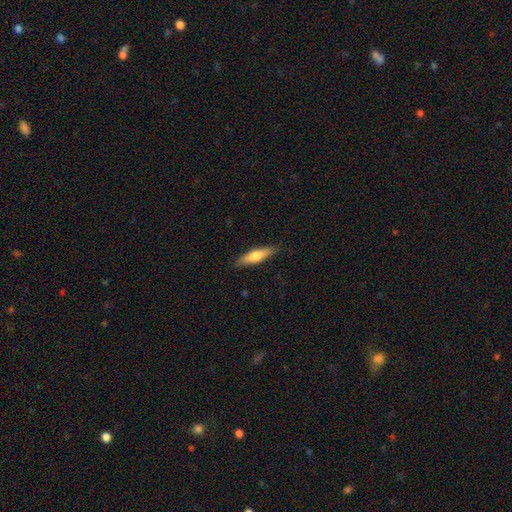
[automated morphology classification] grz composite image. It shows a smooth galaxy with no disk features (60%) that is cigar-shaped (67%). Merging: none (87%).